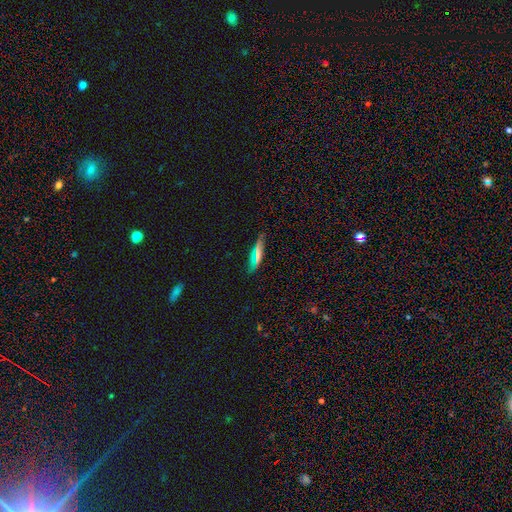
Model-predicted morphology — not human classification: Smooth or featured? smooth (61%)
How rounded? cigar-shaped (56%)
Merging? none (82%)